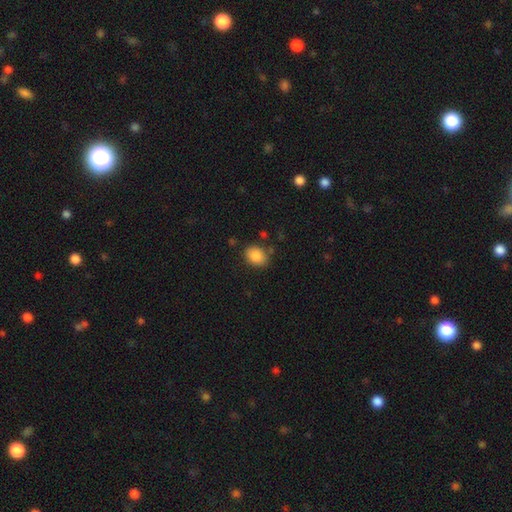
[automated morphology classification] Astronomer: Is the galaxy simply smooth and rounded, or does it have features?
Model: smooth — 87%.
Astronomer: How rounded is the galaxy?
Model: in between — 67%.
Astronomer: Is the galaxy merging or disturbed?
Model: none — 81%.